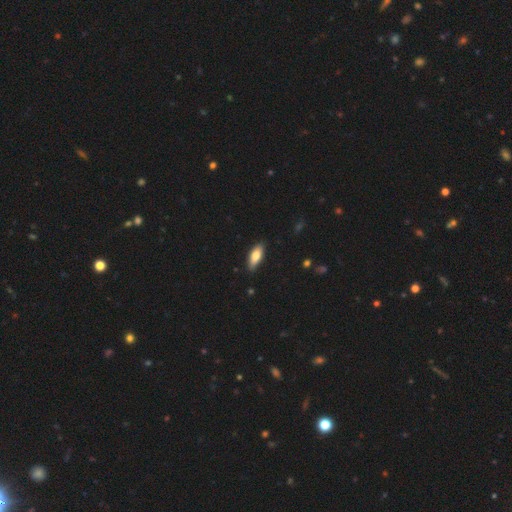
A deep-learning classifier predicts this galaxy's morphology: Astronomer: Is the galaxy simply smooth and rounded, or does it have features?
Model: smooth — 75%.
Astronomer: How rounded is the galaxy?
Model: in between — 75%.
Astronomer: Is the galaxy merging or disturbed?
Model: none — 87%.